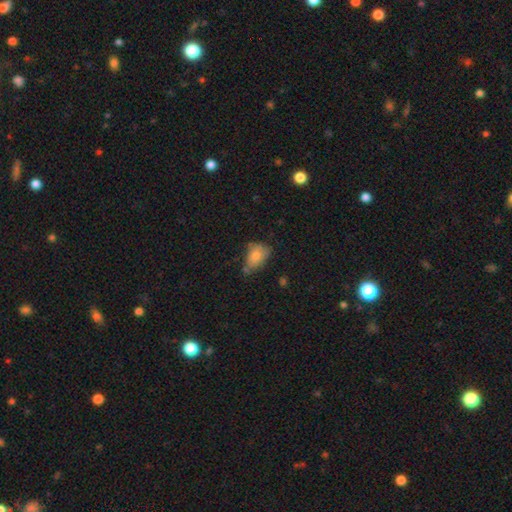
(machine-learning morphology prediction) Overall: smooth (75%). How rounded: in between (78%). Merging: none (45%; minor disturbance 35%).